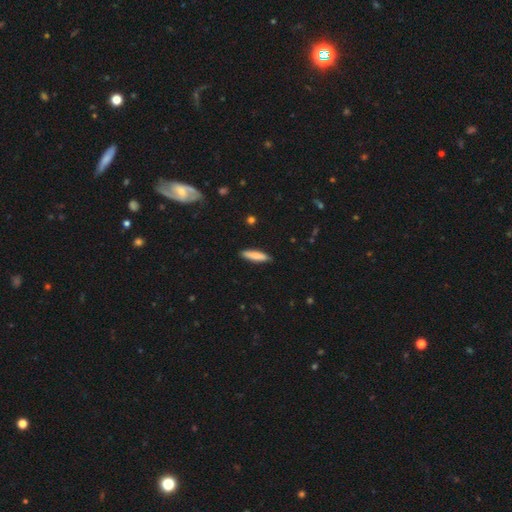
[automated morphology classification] A smooth galaxy with no disk features (80%) that is cigar-shaped (78%). Merging: none (89%).